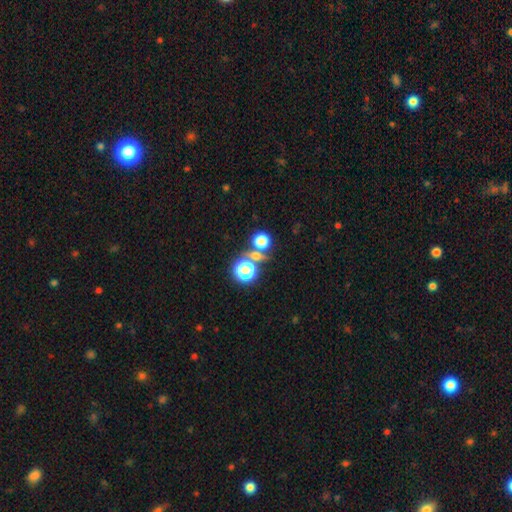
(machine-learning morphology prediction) Smooth or featured?
  - smooth: 61% *
  - star or artifact: 31%
  - featured or disk: 8%
How rounded?
  - round: 83% *
  - in between: 15%
  - cigar-shaped: 2%
Merging?
  - none: 60% *
  - merger: 27%
  - minor disturbance: 8%
  - major disturbance: 5%